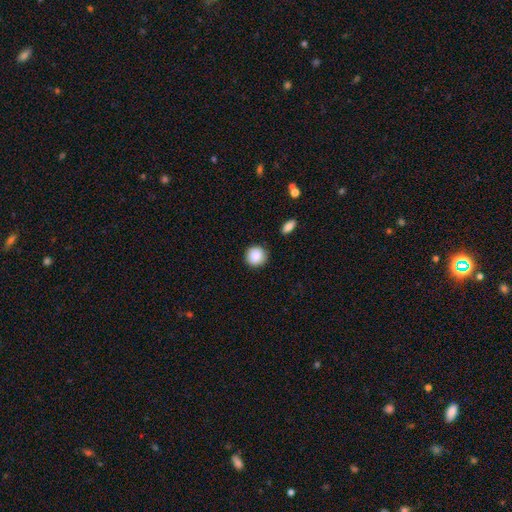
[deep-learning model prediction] This is clearly a smooth galaxy (88%). How rounded: clearly round (91%). Merging: clearly none (88%).